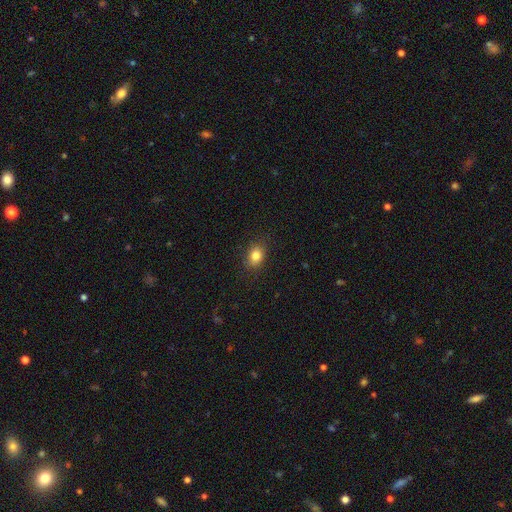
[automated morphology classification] A smooth galaxy with no disk features (83%) that is in between round and cigar-shaped (57%). Merging: none (86%).